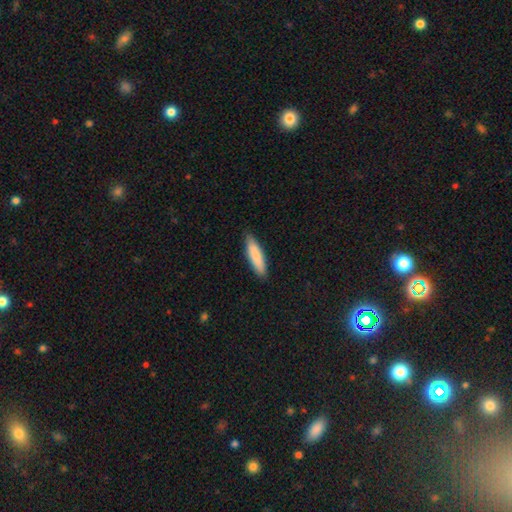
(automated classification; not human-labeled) Smooth or featured? smooth (86%)
How rounded? cigar-shaped (68%)
Merging? none (88%)